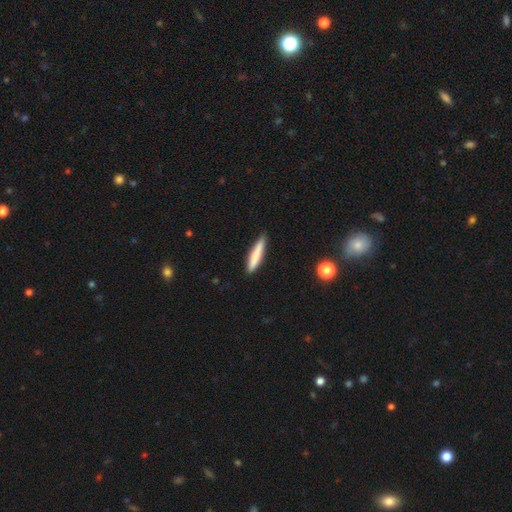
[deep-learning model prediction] Smooth or featured? Predicted: smooth (p=0.76). How rounded? Predicted: cigar-shaped (p=0.90). Merging? Predicted: none (p=0.89).